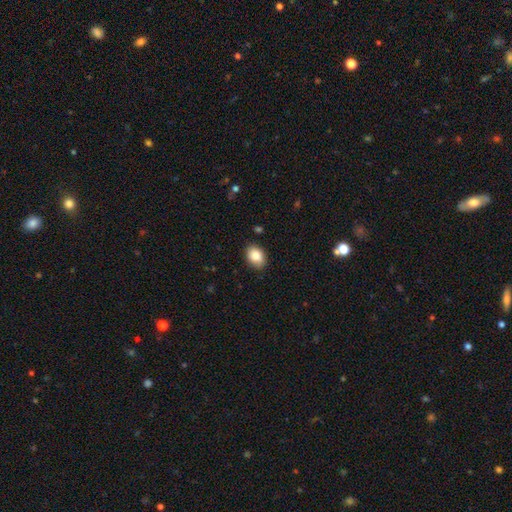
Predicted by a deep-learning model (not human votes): Smooth or featured? Predicted: smooth (p=0.86). How rounded? Predicted: in between (p=0.75). Merging? Predicted: none (p=0.85).